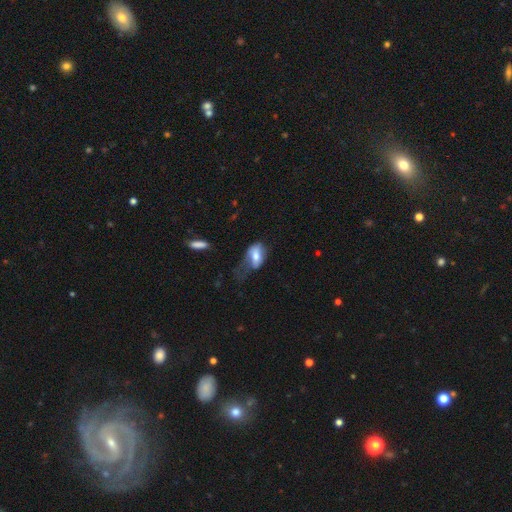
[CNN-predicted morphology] smooth 65%, featured or disk 28%, star or artifact 7%. Down the decision tree: how rounded — in between (88%); merging — major disturbance (47%).